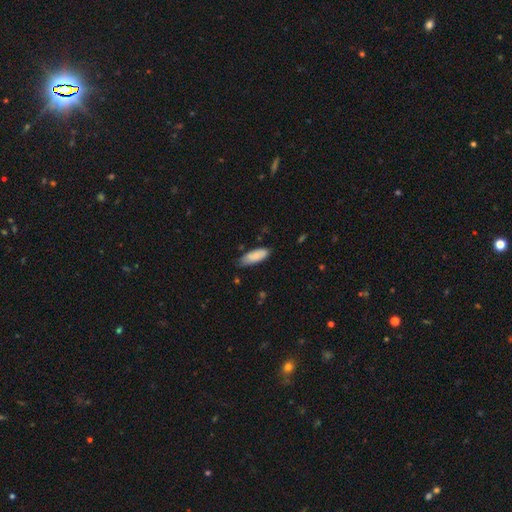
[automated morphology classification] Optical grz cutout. It shows a smooth galaxy with no disk features (86%) that is in between round and cigar-shaped (71%). Merging: none (67%).